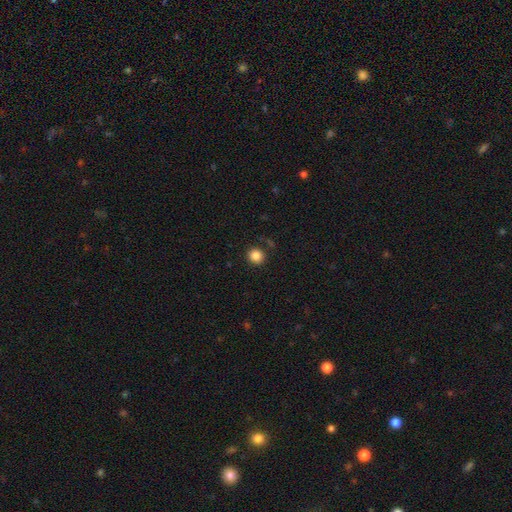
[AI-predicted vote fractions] smooth_or_featured: smooth (p=0.85) [alt: star or artifact p=0.11]
how_rounded: round (p=0.88) [alt: in between p=0.12]
merging: none (p=0.88) [alt: minor disturbance p=0.07]